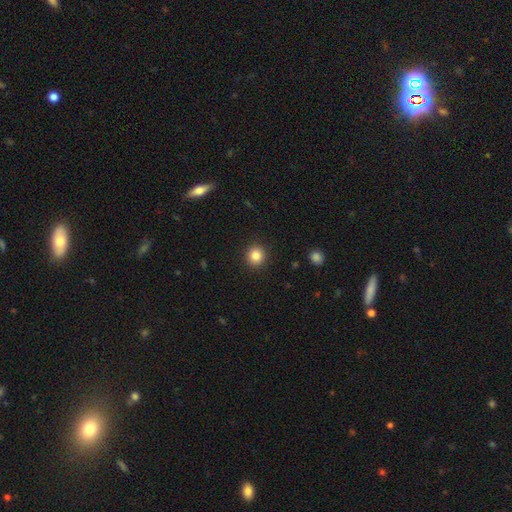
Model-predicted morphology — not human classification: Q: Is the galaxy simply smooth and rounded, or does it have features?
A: smooth — 84%.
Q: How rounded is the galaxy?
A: round — 91%.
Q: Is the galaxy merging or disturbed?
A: none — 92%.